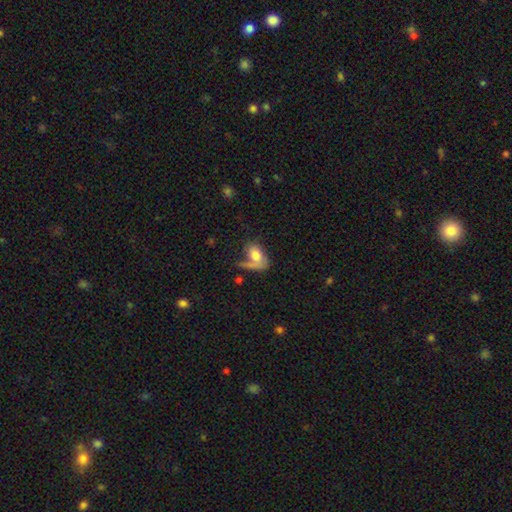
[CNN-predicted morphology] Q: Smooth or featured?
A: smooth (68%); runner-up: featured or disk (24%)
Q: How rounded?
A: in between (84%); runner-up: round (13%)
Q: Merging?
A: none (38%); runner-up: major disturbance (24%)